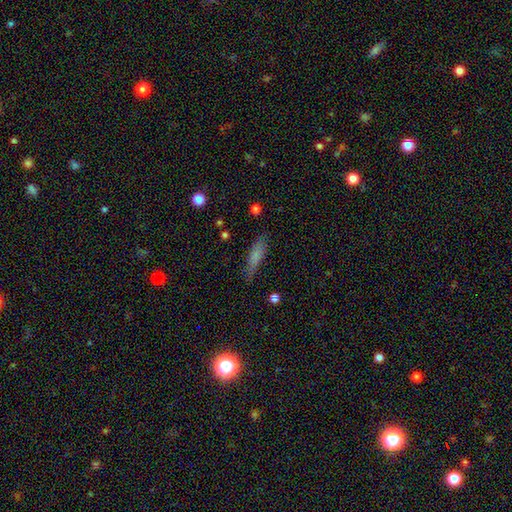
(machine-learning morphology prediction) Smooth or featured? smooth (71%)
How rounded? cigar-shaped (72%)
Merging? none (77%)